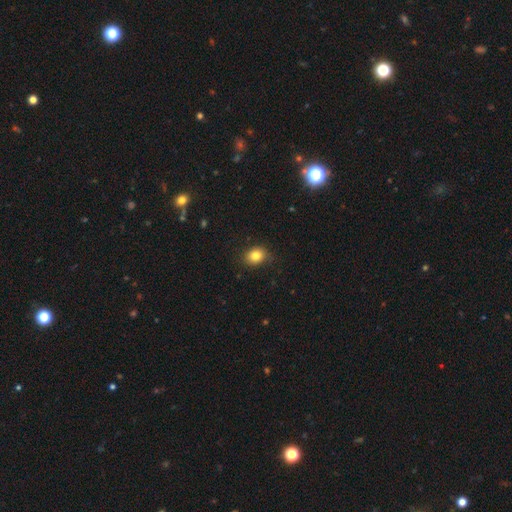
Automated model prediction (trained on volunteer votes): smooth 82%, star or artifact 11%, featured or disk 7%. Down the decision tree: how rounded — round (52%); merging — none (83%).